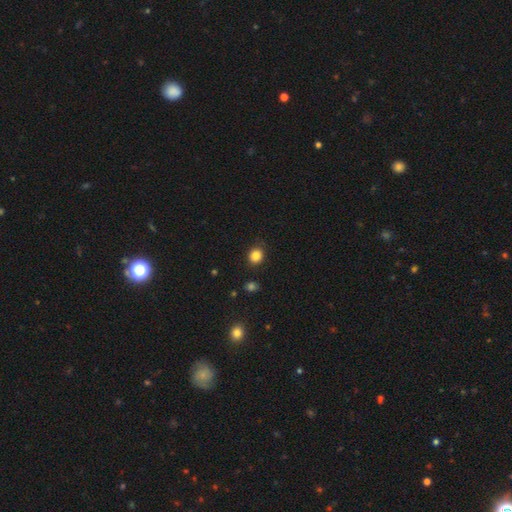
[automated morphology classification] Smooth or featured: smooth — 85% (star or artifact — 11%)
How rounded: round — 77% (in between — 22%)
Merging: none — 86% (minor disturbance — 10%)